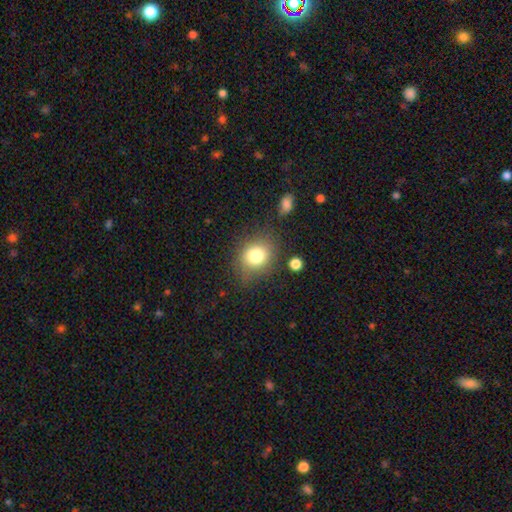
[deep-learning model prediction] A smooth galaxy with no disk features (79%) that is round (63%). Merging: none (75%).